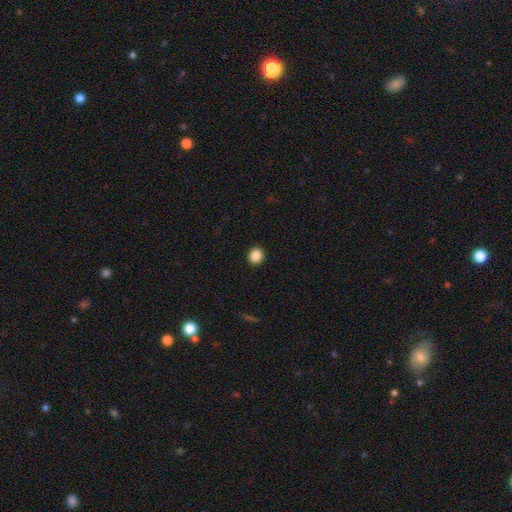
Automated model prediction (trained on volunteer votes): smooth 86%, star or artifact 10%, featured or disk 4%. Down the decision tree: how rounded — round (89%); merging — none (93%).